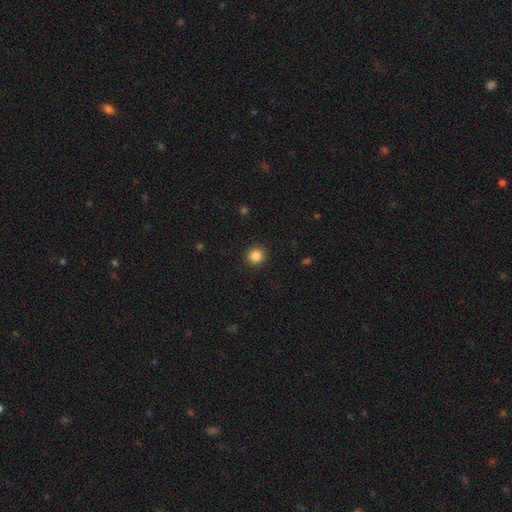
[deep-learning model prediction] This is clearly a smooth galaxy (86%). How rounded: clearly round (94%). Merging: clearly none (92%).